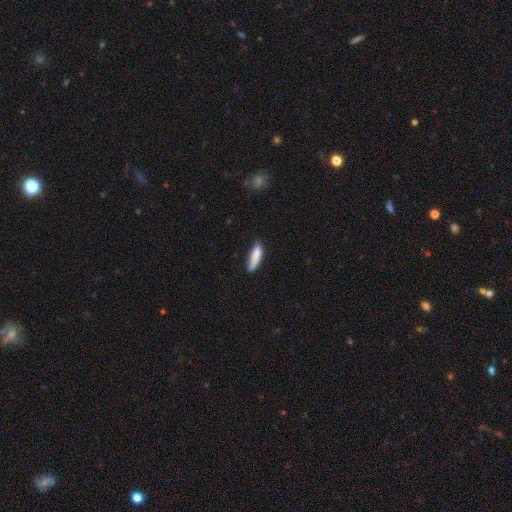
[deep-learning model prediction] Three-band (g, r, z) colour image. It shows a smooth galaxy with no disk features (82%) that is cigar-shaped (69%). Merging: none (60%).